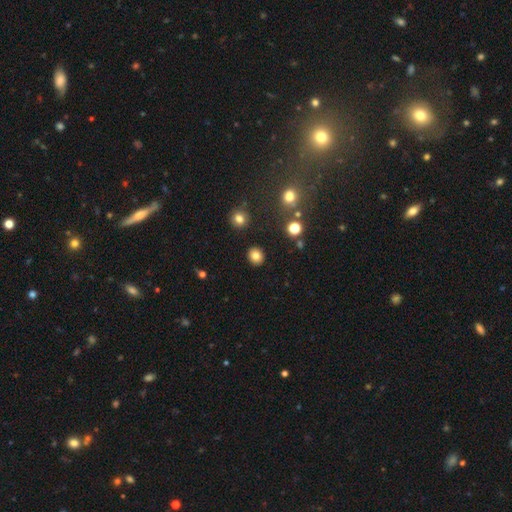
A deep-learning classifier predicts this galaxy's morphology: Smooth or featured? Predicted: smooth (p=0.81). How rounded? Predicted: round (p=0.80). Merging? Predicted: none (p=0.90).